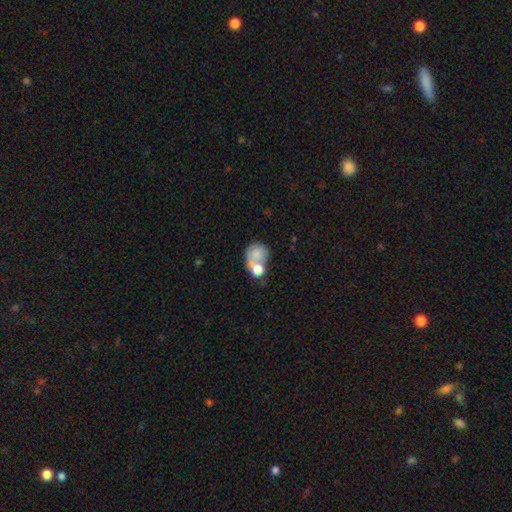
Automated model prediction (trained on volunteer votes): smooth-or-featured: smooth: 68% | featured or disk: 23% | star or artifact: 9%
  how-rounded: round: 60% | in between: 38% | cigar-shaped: 1%
  merging: merger: 57% | none: 23% | minor disturbance: 10% | major disturbance: 10%